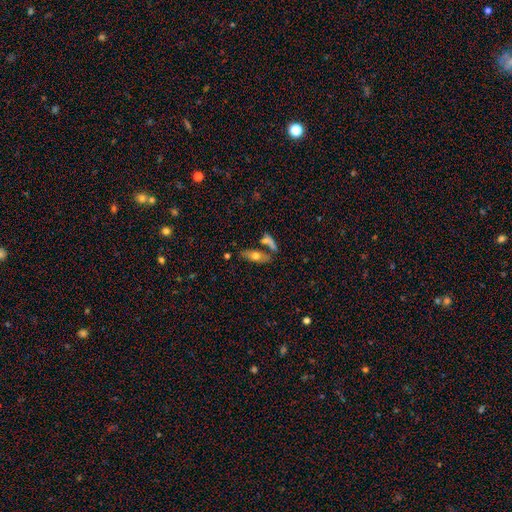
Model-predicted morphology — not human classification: Smooth or featured? smooth (61%)
How rounded? in between (73%)
Merging? none (61%)